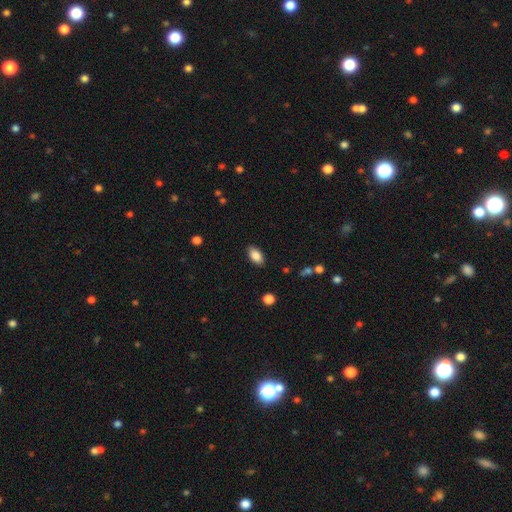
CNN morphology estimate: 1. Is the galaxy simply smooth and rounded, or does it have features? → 86% smooth, 8% star or artifact, 6% featured or disk.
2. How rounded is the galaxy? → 92% in between, 5% round, 3% cigar-shaped.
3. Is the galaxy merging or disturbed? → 87% none, 10% minor disturbance, 2% major disturbance, 1% merger.